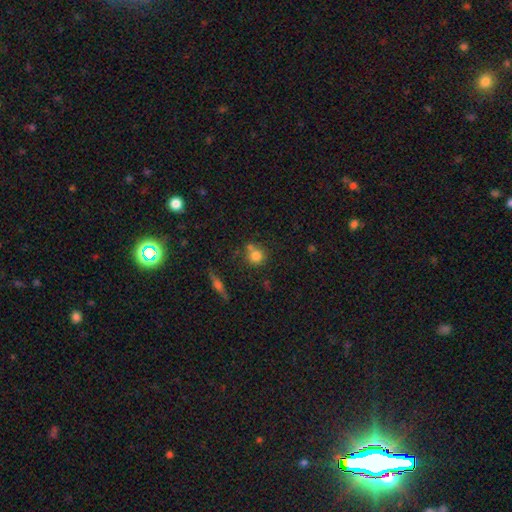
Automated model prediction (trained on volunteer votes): smooth-or-featured: smooth: 78% | star or artifact: 12% | featured or disk: 10%
  how-rounded: round: 87% | in between: 11% | cigar-shaped: 2%
  merging: none: 59% | merger: 24% | minor disturbance: 13% | major disturbance: 4%